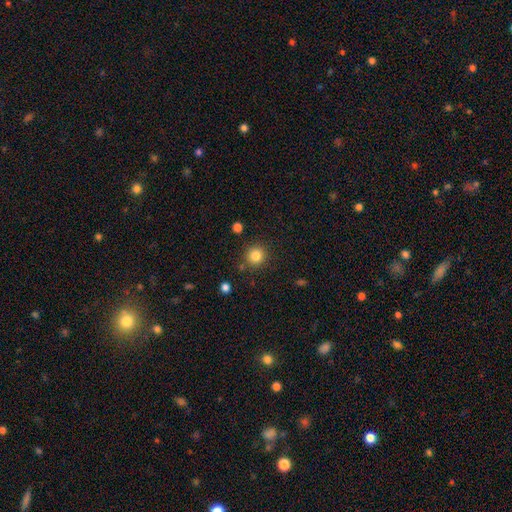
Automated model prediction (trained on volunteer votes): Smooth or featured: smooth — 83% (star or artifact — 11%)
How rounded: round — 92% (in between — 7%)
Merging: none — 85% (minor disturbance — 8%)